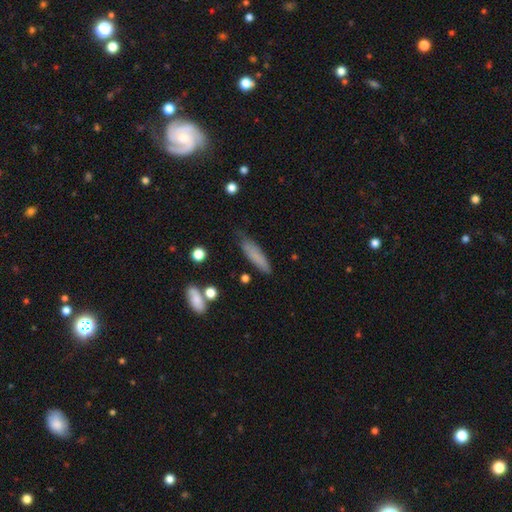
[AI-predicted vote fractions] Smooth or featured? Predicted: smooth (p=0.79). How rounded? Predicted: cigar-shaped (p=0.73). Merging? Predicted: none (p=0.72).